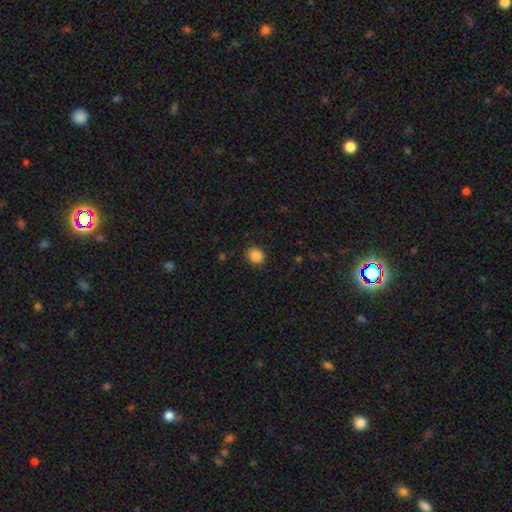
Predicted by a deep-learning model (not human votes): This is clearly a smooth galaxy (86%). How rounded: likely round (71%). Merging: clearly none (88%).